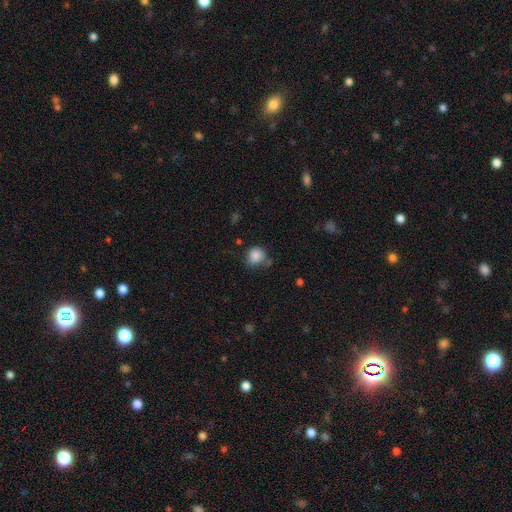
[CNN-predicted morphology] Smooth or featured: smooth — 85% (star or artifact — 10%)
How rounded: round — 79% (in between — 20%)
Merging: none — 61% (minor disturbance — 24%)